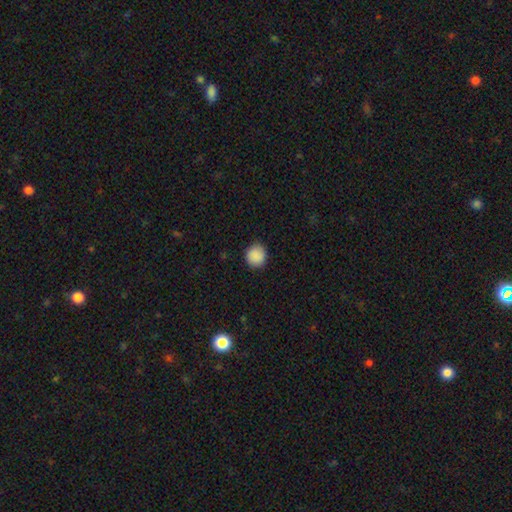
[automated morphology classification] This appears to be a smooth galaxy with no disk features (89%) that is round (89%). Merging: none (88%).